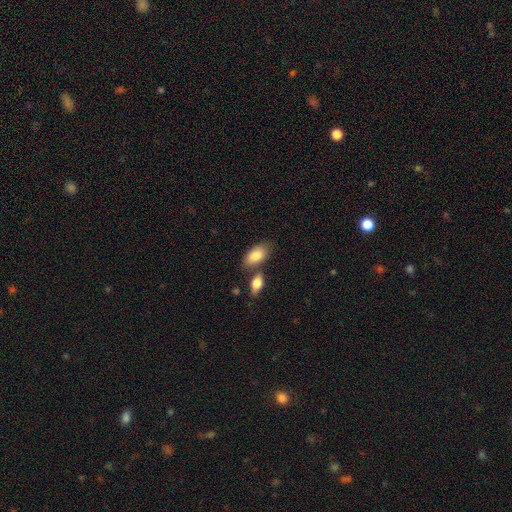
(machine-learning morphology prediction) Q: Smooth or featured?
A: smooth (84%); runner-up: featured or disk (10%)
Q: How rounded?
A: in between (92%); runner-up: round (4%)
Q: Merging?
A: none (61%); runner-up: merger (23%)